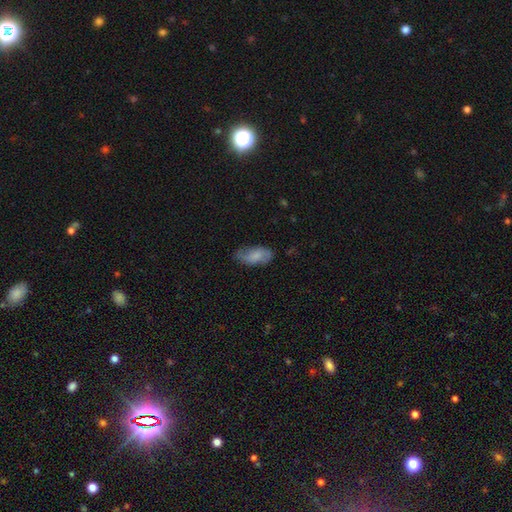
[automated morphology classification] Smooth or featured? smooth (65%)
How rounded? in between (89%)
Merging? none (69%)